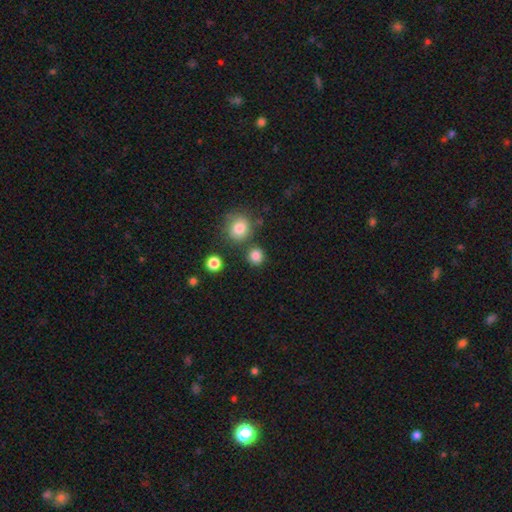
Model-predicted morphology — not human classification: Smooth or featured? Predicted: smooth (p=0.84). How rounded? Predicted: round (p=0.90). Merging? Predicted: none (p=0.81).